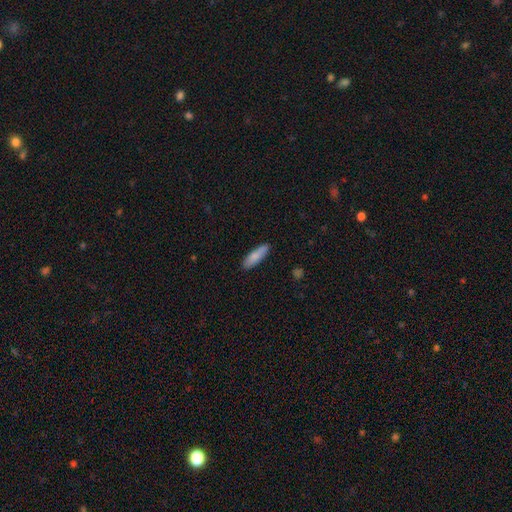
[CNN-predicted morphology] A smooth galaxy with no disk features (84%) that is cigar-shaped (57%). Merging: none (87%).